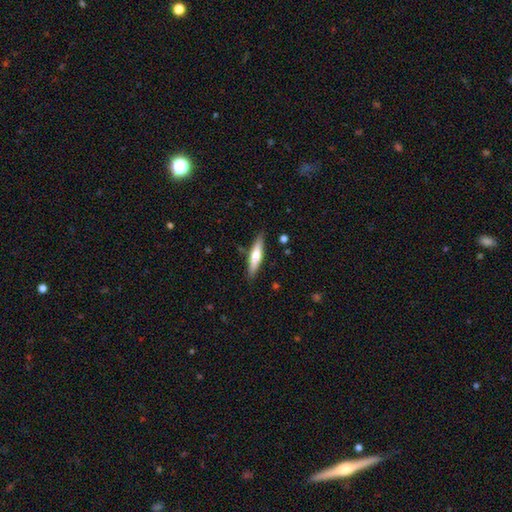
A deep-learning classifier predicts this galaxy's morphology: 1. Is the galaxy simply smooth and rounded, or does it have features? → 54% smooth, 41% featured or disk, 6% star or artifact.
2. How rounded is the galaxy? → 80% cigar-shaped, 19% in between, 2% round.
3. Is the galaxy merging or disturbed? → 86% none, 10% minor disturbance, 2% major disturbance, 2% merger.